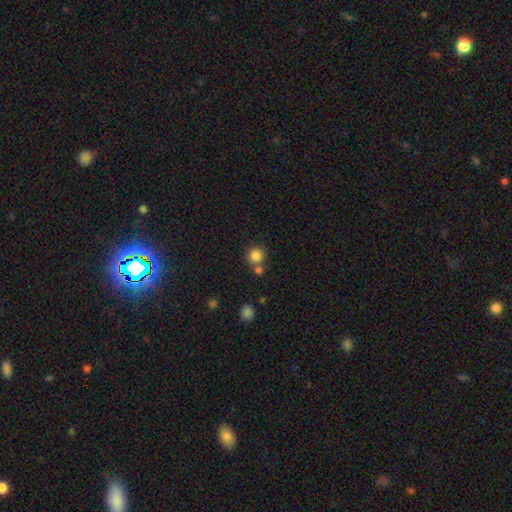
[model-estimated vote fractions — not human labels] Smooth or featured?
  - smooth: 84% *
  - star or artifact: 11%
  - featured or disk: 5%
How rounded?
  - round: 92% *
  - in between: 7%
  - cigar-shaped: 1%
Merging?
  - none: 67% *
  - merger: 22%
  - minor disturbance: 8%
  - major disturbance: 3%